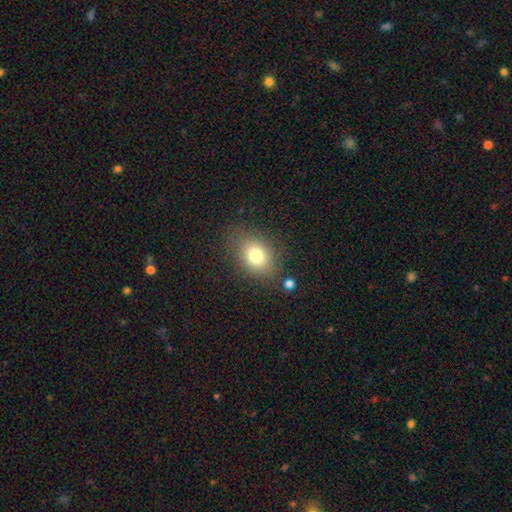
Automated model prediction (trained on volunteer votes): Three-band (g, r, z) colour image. It shows a smooth galaxy with no disk features (77%) that is in between round and cigar-shaped (63%). Merging: none (79%).